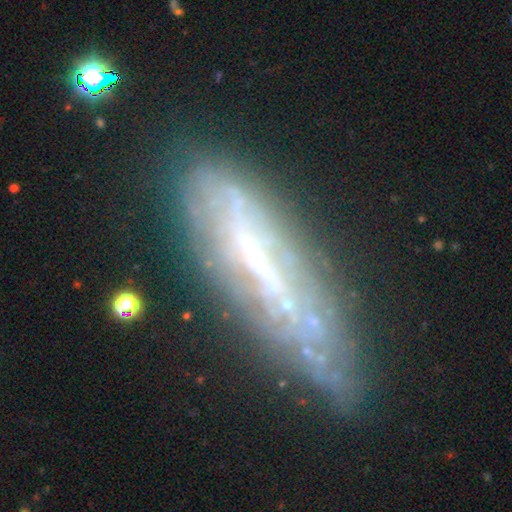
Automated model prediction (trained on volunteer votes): Smooth or featured?
  - featured or disk: 67% *
  - smooth: 21%
  - star or artifact: 12%
Edge-on disk?
  - no: 51% *
  - yes: 49%
Merging?
  - none: 63% *
  - minor disturbance: 22%
  - major disturbance: 11%
  - merger: 4%